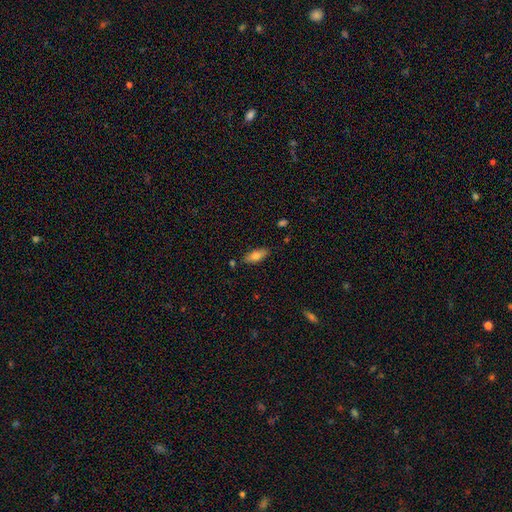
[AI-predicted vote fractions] Smooth or featured?
  - smooth: 75% *
  - featured or disk: 18%
  - star or artifact: 7%
How rounded?
  - in between: 75% *
  - cigar-shaped: 23%
  - round: 2%
Merging?
  - none: 82% *
  - minor disturbance: 12%
  - merger: 3%
  - major disturbance: 2%